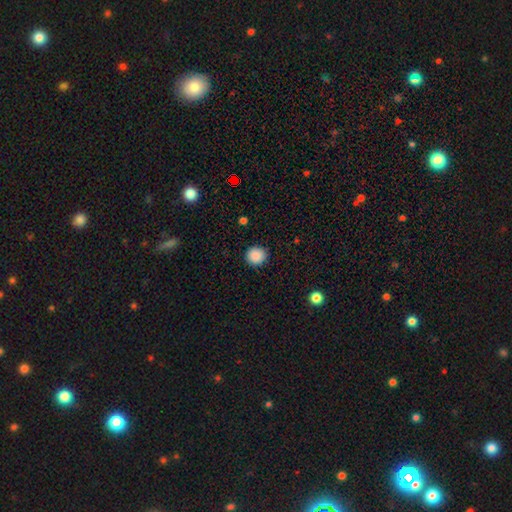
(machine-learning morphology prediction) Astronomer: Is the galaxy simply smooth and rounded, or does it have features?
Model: smooth — 88%.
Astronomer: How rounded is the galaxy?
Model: round — 91%.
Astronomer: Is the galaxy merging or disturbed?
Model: none — 89%.